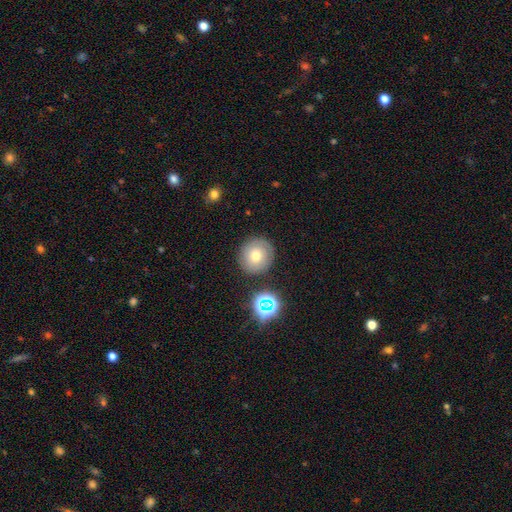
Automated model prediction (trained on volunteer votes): The model was most divided on "smooth or featured": smooth: 69%, featured or disk: 17%, star or artifact: 14%. More confident: how rounded — round (93%); merging — none (84%).